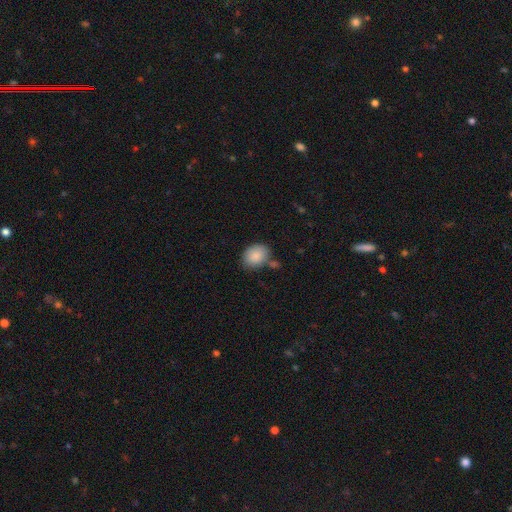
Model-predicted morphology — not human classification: This is clearly a smooth galaxy (87%). How rounded: likely in between (65%). Merging: likely none (66%).